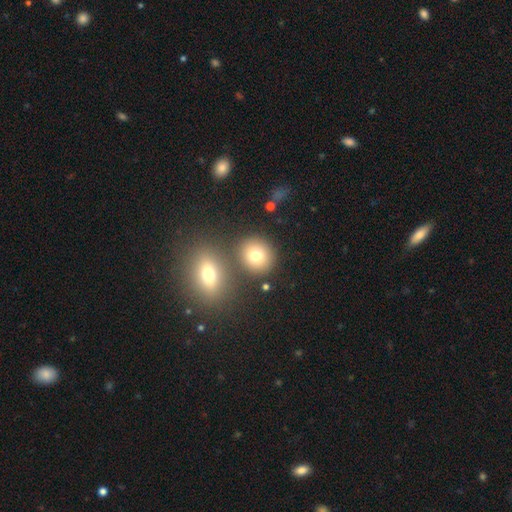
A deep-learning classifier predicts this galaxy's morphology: A smooth galaxy with no disk features (77%) that is round (80%).

Vote fractions:
- Smooth or featured? smooth: 77% / star or artifact: 12% / featured or disk: 11%
- How rounded? round: 80% / in between: 19% / cigar-shaped: 1%
- Merging? none: 73% / merger: 15% / minor disturbance: 9% / major disturbance: 4%